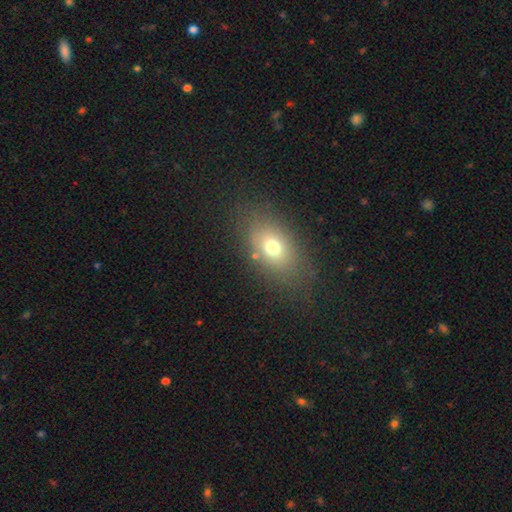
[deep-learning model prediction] This appears to be a smooth galaxy with no disk features (69%) that is in between round and cigar-shaped (80%). Merging: none (81%).